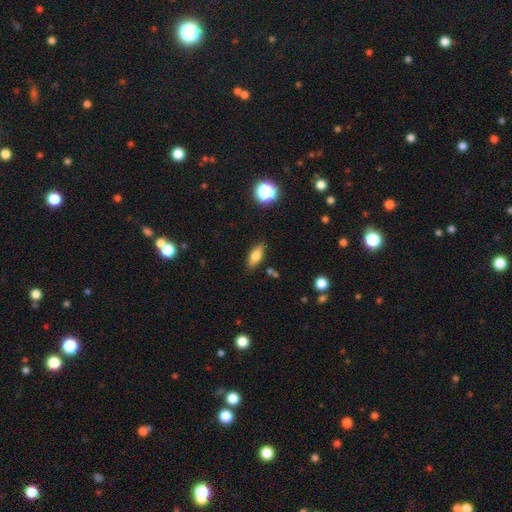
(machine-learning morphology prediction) A smooth galaxy with no disk features (68%) that is in between round and cigar-shaped (71%).

Vote fractions:
- Smooth or featured? smooth: 68% / featured or disk: 23% / star or artifact: 9%
- How rounded? in between: 71% / cigar-shaped: 24% / round: 5%
- Merging? none: 84% / minor disturbance: 11% / major disturbance: 3% / merger: 2%